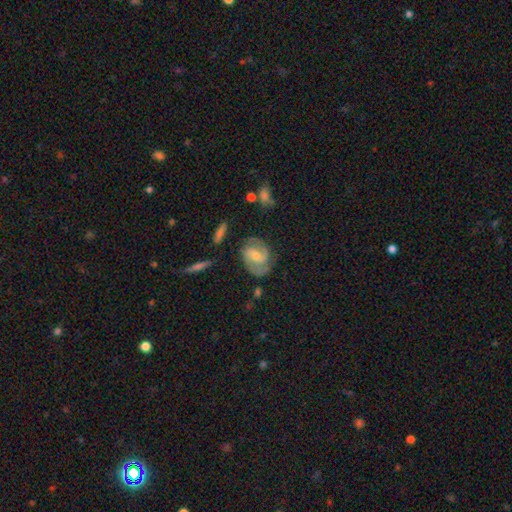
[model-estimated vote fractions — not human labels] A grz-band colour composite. It shows a featured or disk galaxy (81%) with a weak bar (49%), 2 (85%) medium (46%) spiral arms (95%) and a moderate central bulge (49%). Merging: none (77%).